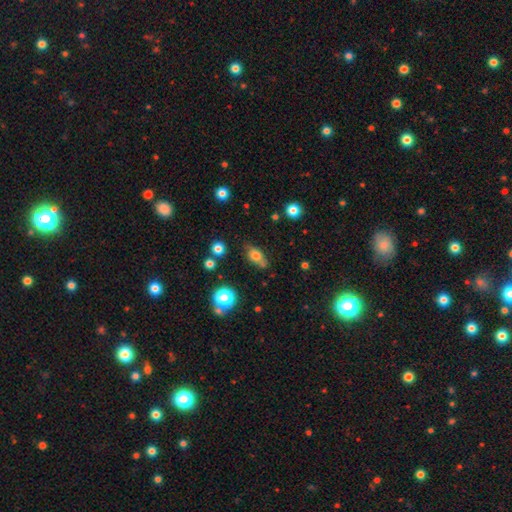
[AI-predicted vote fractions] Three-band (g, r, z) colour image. It shows a smooth galaxy with no disk features (68%) that is in between round and cigar-shaped (75%). Merging: none (68%).